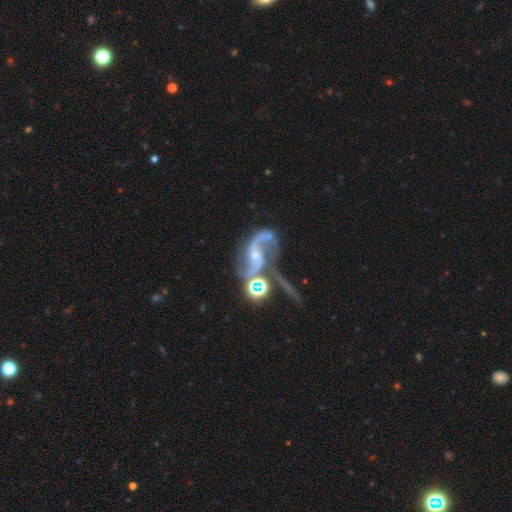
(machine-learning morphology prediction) smooth_or_featured: featured or disk (p=0.86) [alt: star or artifact p=0.09]
disk_edge_on: no (p=0.97) [alt: yes p=0.03]
bar: no (p=0.47) [alt: weak p=0.39]
has_spiral_arms: yes (p=0.96) [alt: no p=0.04]
spiral_winding: loose (p=0.63) [alt: medium p=0.30]
spiral_arm_count: 2 (p=0.89) [alt: 1 p=0.04]
bulge_size: small (p=0.60) [alt: moderate p=0.28]
merging: none (p=0.35) [alt: merger p=0.26]